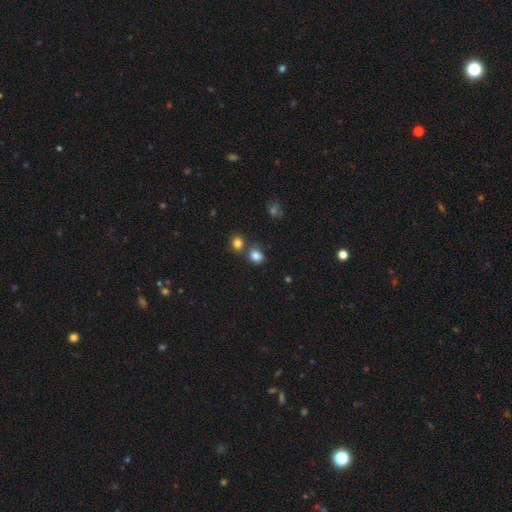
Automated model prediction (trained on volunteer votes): Smooth or featured? smooth (82%)
How rounded? round (60%)
Merging? none (60%)